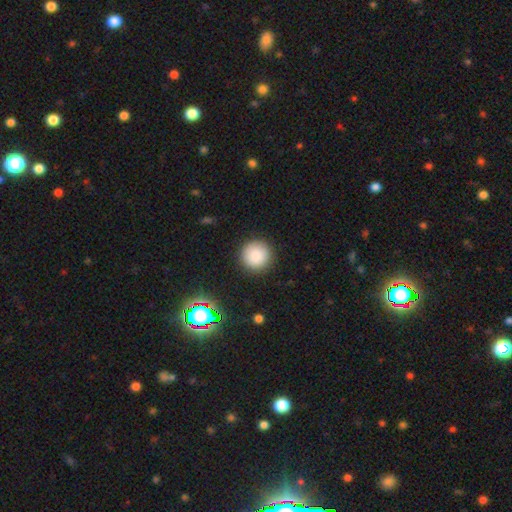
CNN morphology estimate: smooth_or_featured: smooth (p=0.86) [alt: star or artifact p=0.10]
how_rounded: round (p=0.95) [alt: in between p=0.04]
merging: none (p=0.91) [alt: minor disturbance p=0.06]